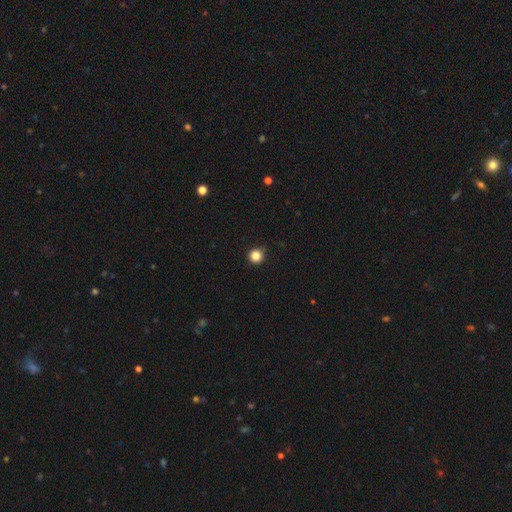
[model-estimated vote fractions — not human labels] The model was most divided on "smooth or featured": smooth: 84%, star or artifact: 12%, featured or disk: 4%. More confident: how rounded — round (95%); merging — none (89%).